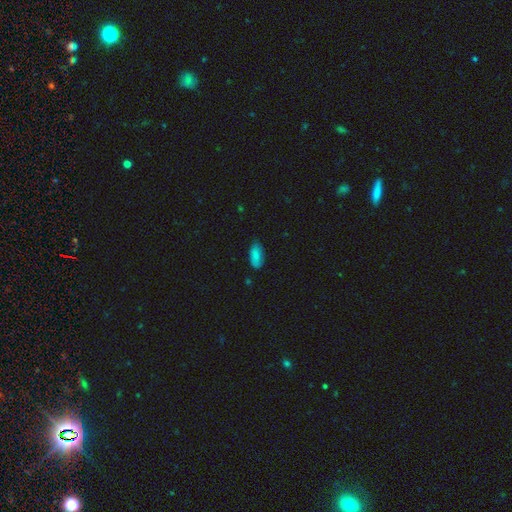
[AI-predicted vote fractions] Morphology: type=smooth (79%); roundness=in between (90%); merging=none (74%).